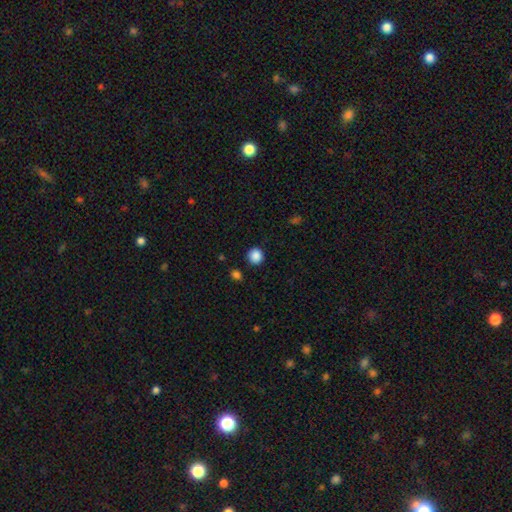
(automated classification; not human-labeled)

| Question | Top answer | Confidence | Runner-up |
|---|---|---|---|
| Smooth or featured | smooth | 88% | star or artifact (9%) |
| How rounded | round | 90% | in between (9%) |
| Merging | none | 90% | minor disturbance (6%) |